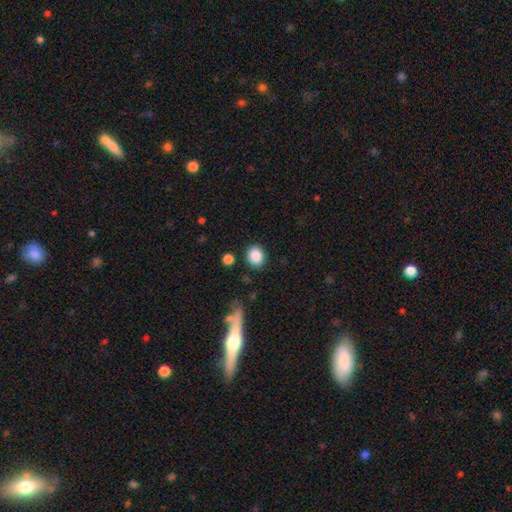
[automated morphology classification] Smooth or featured? smooth (87%)
How rounded? round (65%)
Merging? none (83%)